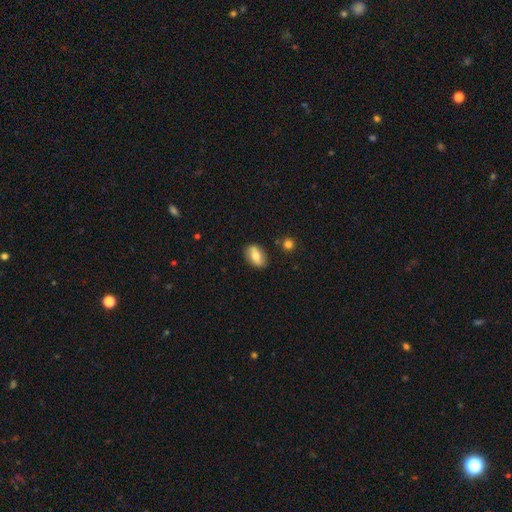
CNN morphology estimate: type=smooth (71%); roundness=in between (86%); merging=none (82%).